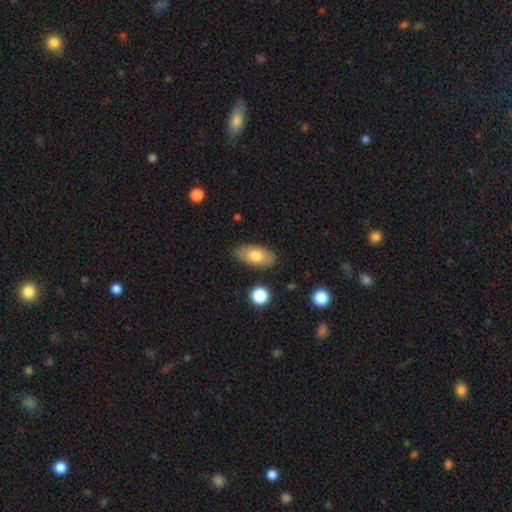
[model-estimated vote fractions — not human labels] This appears to be a smooth galaxy with no disk features (76%) that is in between round and cigar-shaped (91%). Merging: none (83%).